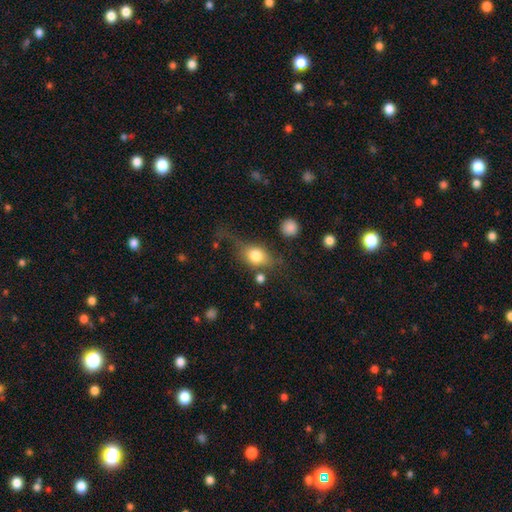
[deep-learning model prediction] Smooth or featured?
  - smooth: 66% *
  - featured or disk: 25%
  - star or artifact: 10%
How rounded?
  - in between: 57% *
  - round: 37%
  - cigar-shaped: 6%
Merging?
  - none: 44% *
  - major disturbance: 25%
  - minor disturbance: 24%
  - merger: 7%